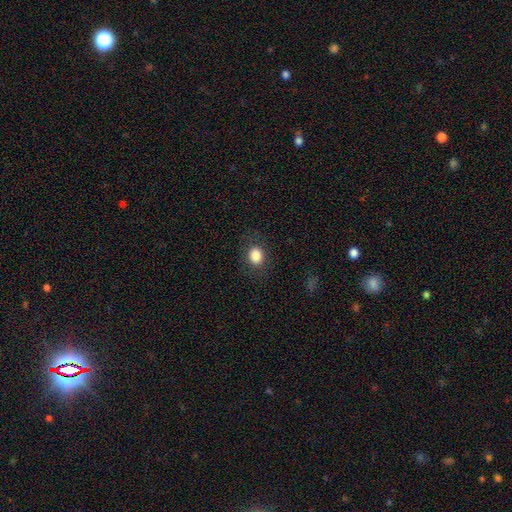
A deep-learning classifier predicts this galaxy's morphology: Smooth or featured?
  - smooth: 85% *
  - star or artifact: 10%
  - featured or disk: 6%
How rounded?
  - round: 57% *
  - in between: 42%
  - cigar-shaped: 1%
Merging?
  - none: 85% *
  - minor disturbance: 10%
  - major disturbance: 4%
  - merger: 1%